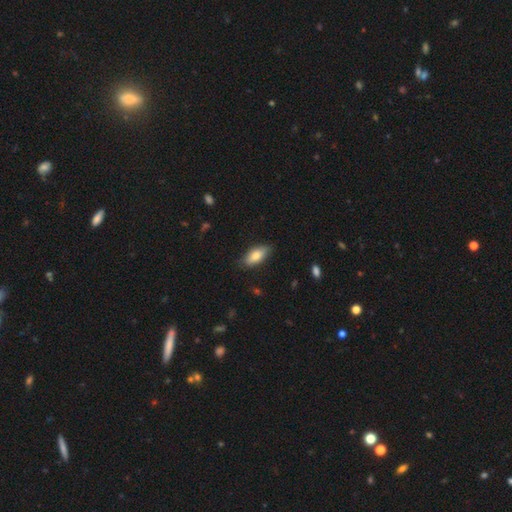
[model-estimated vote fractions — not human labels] smooth_or_featured: smooth (p=0.76) [alt: featured or disk p=0.18]
how_rounded: in between (p=0.85) [alt: cigar-shaped p=0.12]
merging: none (p=0.82) [alt: minor disturbance p=0.15]